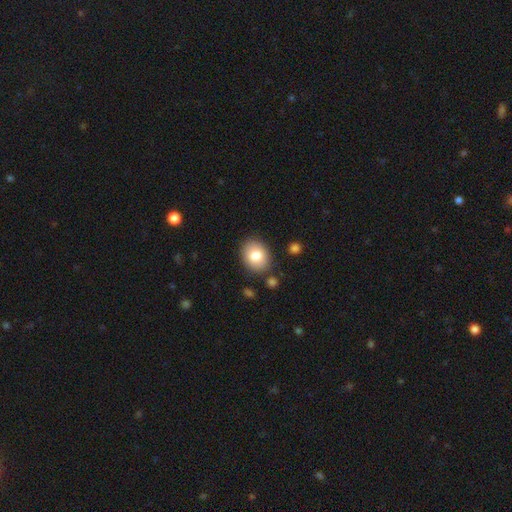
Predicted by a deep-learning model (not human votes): Overall: smooth (81%). How rounded: in between (52%; round 47%). Merging: none (84%).